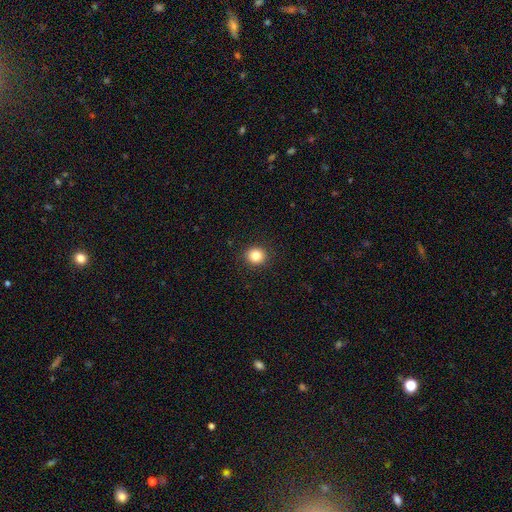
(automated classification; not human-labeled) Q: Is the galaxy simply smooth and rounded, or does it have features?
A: smooth — 84%.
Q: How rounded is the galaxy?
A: round — 88%.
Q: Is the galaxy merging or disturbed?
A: none — 92%.